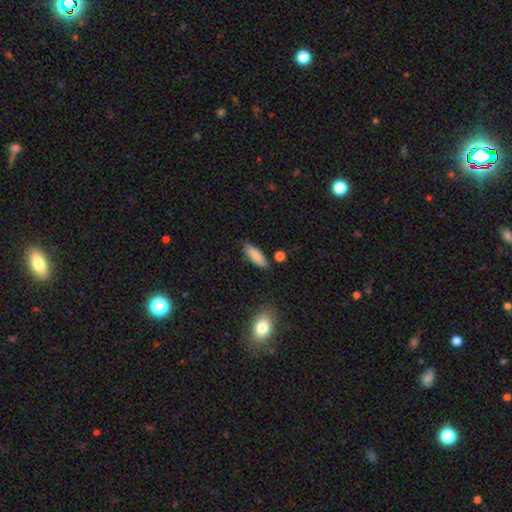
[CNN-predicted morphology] type=smooth (85%); roundness=in between (68%); merging=none (83%).